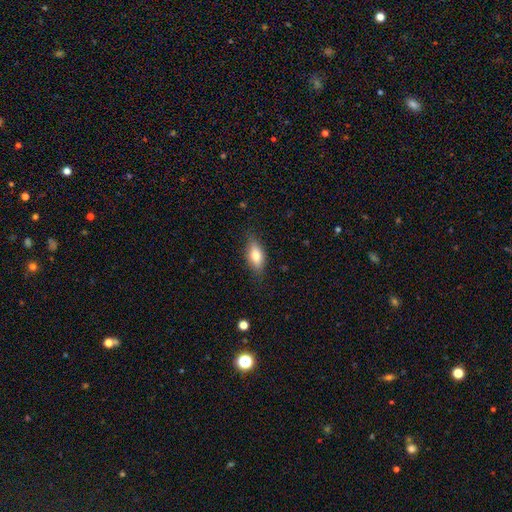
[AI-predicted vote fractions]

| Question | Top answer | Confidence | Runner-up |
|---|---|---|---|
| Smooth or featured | smooth | 72% | featured or disk (21%) |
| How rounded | in between | 79% | cigar-shaped (16%) |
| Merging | none | 81% | minor disturbance (15%) |